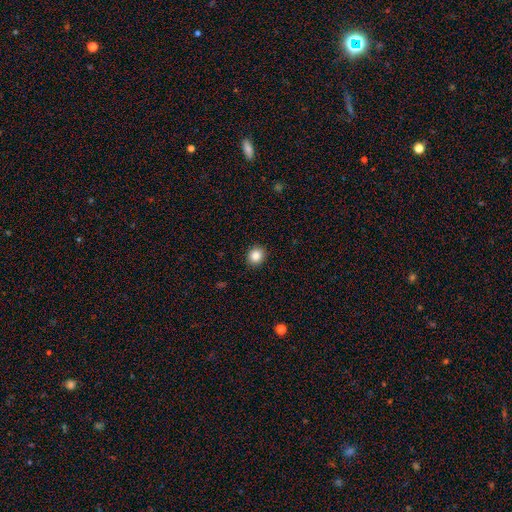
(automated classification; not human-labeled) Overall: smooth (86%). How rounded: round (83%). Merging: none (92%).